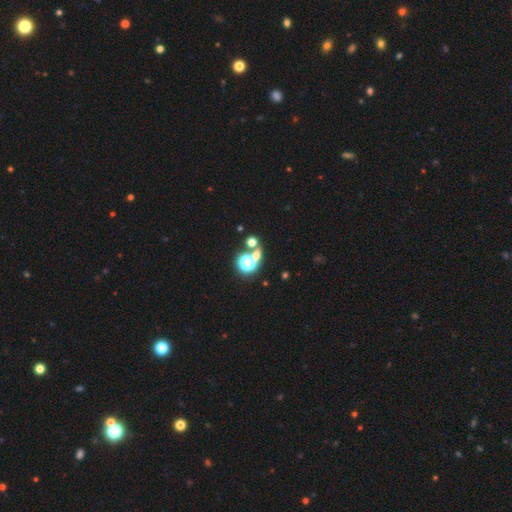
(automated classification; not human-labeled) The model was most divided on "smooth or featured": smooth: 46%, star or artifact: 43%, featured or disk: 11%. More confident: merging — none (57%).